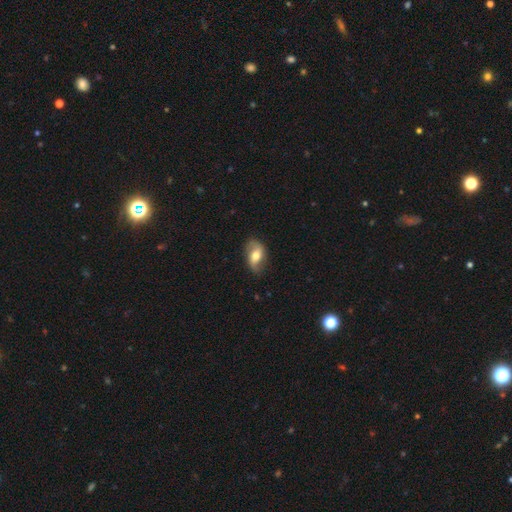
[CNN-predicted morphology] A featured or disk galaxy (52%).

Vote fractions:
- Smooth or featured? featured or disk: 52% / smooth: 40% / star or artifact: 7%
- Edge-on disk? no: 91% / yes: 9%
- Merging? none: 74% / minor disturbance: 19% / major disturbance: 6% / merger: 1%